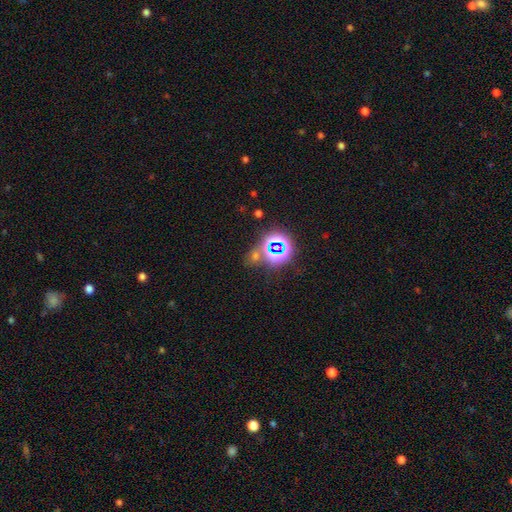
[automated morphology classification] A star or artifact, not a galaxy (62%).